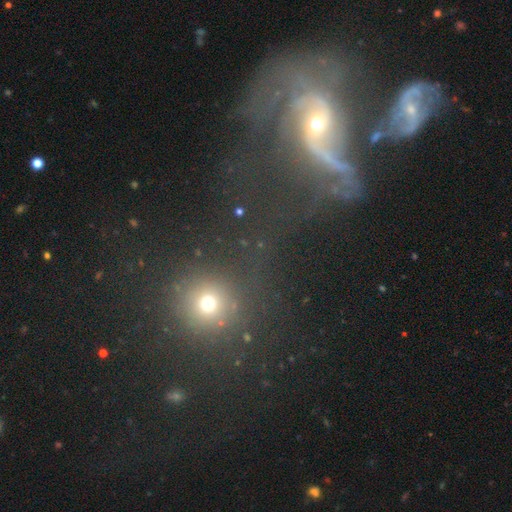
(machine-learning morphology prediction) smooth 43%, featured or disk 35%, star or artifact 22%. Down the decision tree: merging — none (53%).